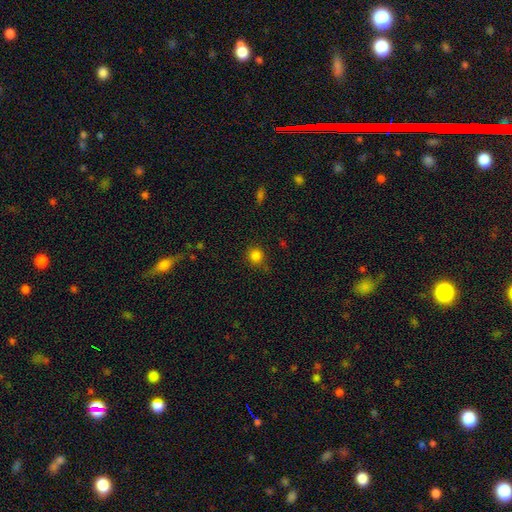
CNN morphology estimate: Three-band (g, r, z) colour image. It shows a smooth galaxy with no disk features (83%) that is round (90%). Merging: none (79%).